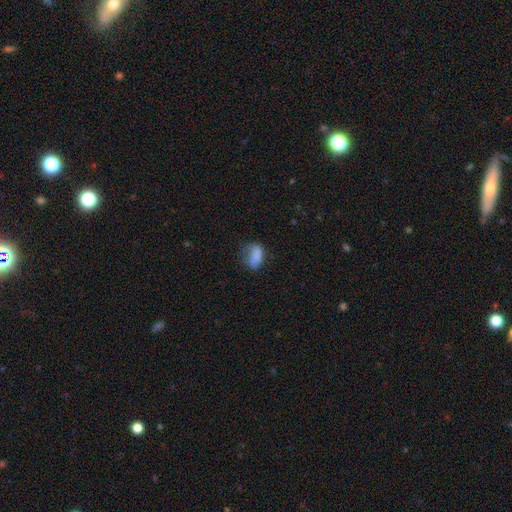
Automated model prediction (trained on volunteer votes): Smooth or featured? Predicted: smooth (p=0.78). How rounded? Predicted: in between (p=0.86). Merging? Predicted: none (p=0.40).